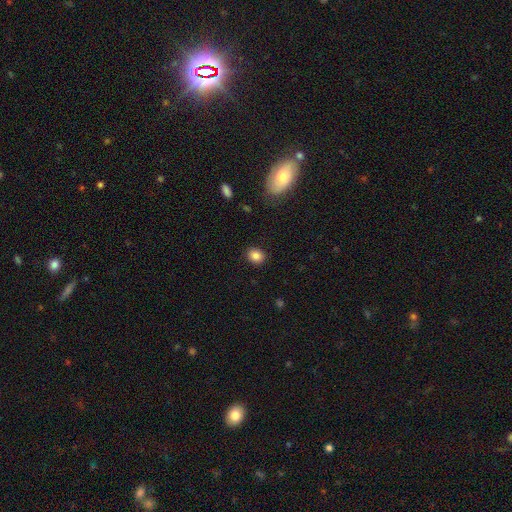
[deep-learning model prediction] The model was most divided on "how rounded": round: 66%, in between: 33%, cigar-shaped: 1%. More confident: merging — none (90%); smooth or featured — smooth (85%).